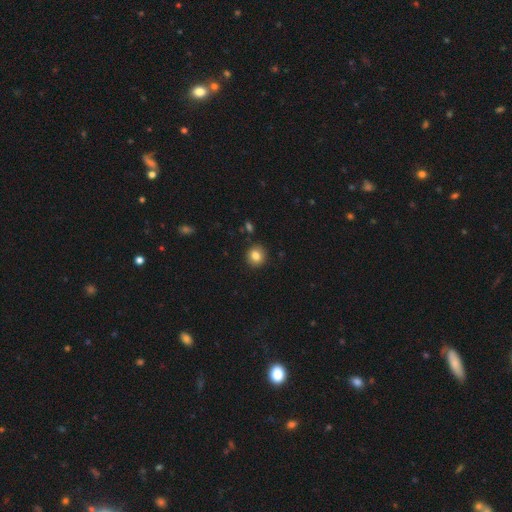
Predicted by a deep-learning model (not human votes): A smooth galaxy with no disk features (83%) that is round (87%). Merging: none (90%).